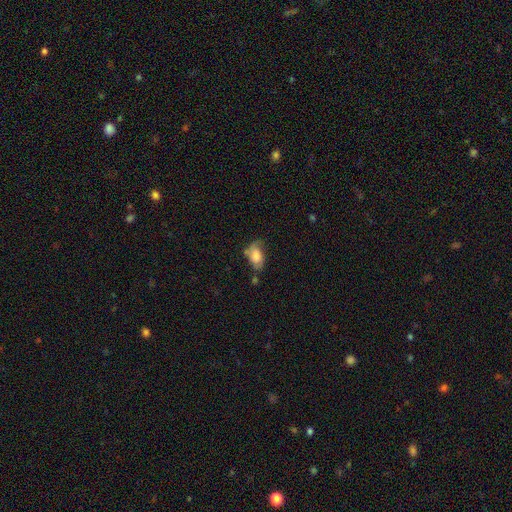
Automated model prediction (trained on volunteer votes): Morphology: type=smooth (73%); roundness=in between (90%); merging=none (41%).